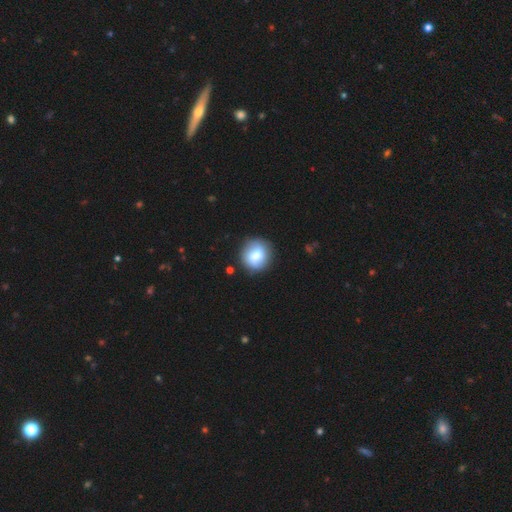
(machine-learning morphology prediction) Overall: smooth (73%). How rounded: round (87%). Merging: none (84%).